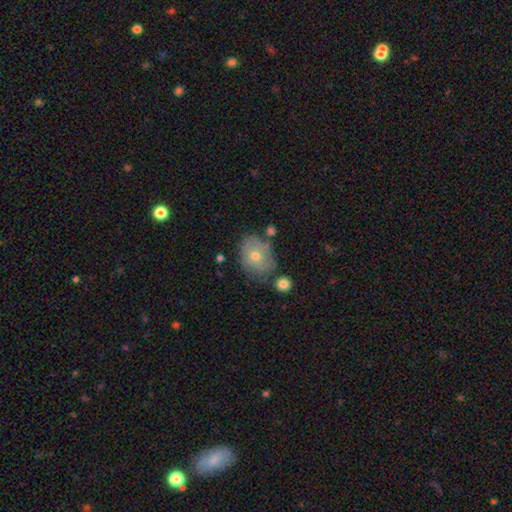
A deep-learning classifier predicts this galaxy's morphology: Smooth or featured?
  - smooth: 57% *
  - featured or disk: 34%
  - star or artifact: 9%
How rounded?
  - in between: 59% *
  - round: 40%
  - cigar-shaped: 1%
Merging?
  - none: 63% *
  - minor disturbance: 22%
  - merger: 8%
  - major disturbance: 6%